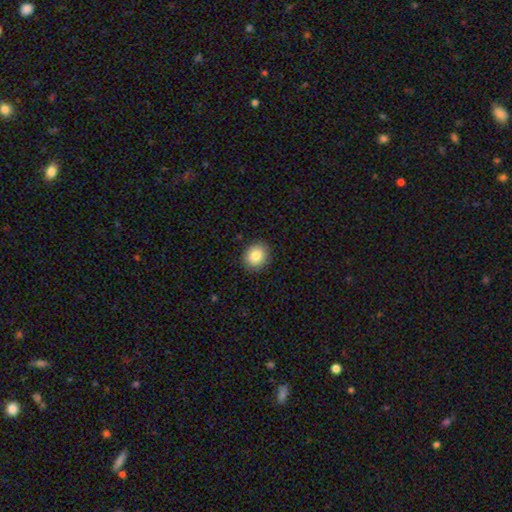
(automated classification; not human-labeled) This appears to be a smooth galaxy with no disk features (85%) that is round (70%). Merging: none (89%).